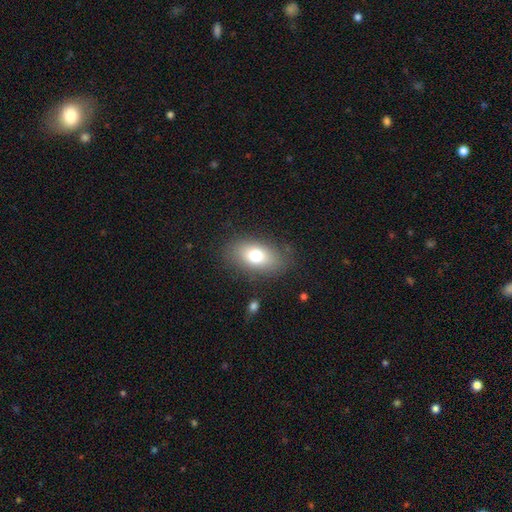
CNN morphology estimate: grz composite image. It shows a smooth galaxy with no disk features (73%) that is in between round and cigar-shaped (87%). Merging: none (82%).